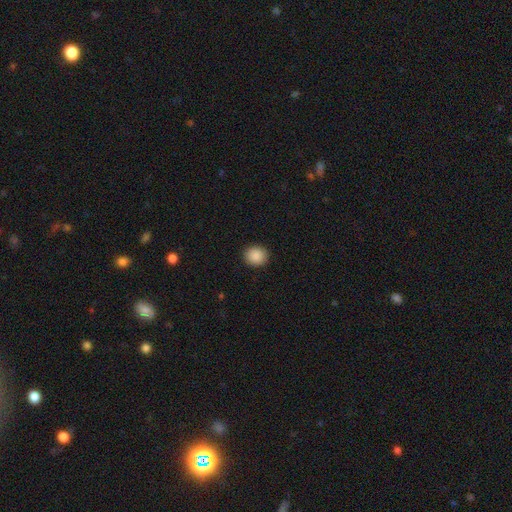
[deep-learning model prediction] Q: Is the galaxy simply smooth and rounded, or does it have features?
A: smooth — 89%.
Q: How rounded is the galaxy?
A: round — 81%.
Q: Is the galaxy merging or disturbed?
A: none — 91%.